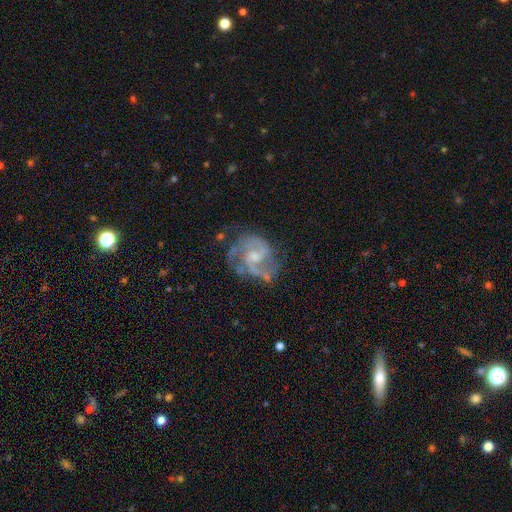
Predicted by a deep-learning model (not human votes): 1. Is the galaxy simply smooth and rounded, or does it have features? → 87% featured or disk, 7% smooth, 6% star or artifact.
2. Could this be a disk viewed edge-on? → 98% no, 2% yes.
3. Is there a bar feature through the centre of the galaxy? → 46% weak, 45% no, 9% strong.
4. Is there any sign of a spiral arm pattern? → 96% yes, 4% no.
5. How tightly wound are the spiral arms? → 55% medium, 29% tight, 16% loose.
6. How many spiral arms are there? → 65% 2, 17% 3, 10% can't tell, 3% 1, 3% 4, 3% more than 4.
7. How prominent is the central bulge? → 42% moderate (tied), 42% small (tied), 12% none, 3% large, 1% dominant.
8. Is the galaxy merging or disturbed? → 61% none, 21% minor disturbance, 15% major disturbance, 3% merger.